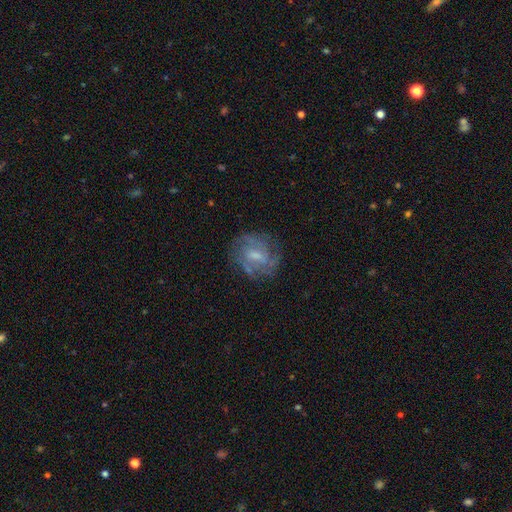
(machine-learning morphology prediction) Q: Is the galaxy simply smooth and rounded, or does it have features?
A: featured or disk — 72%.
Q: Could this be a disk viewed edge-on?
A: no — 97%.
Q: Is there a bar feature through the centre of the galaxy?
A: weak — 57%.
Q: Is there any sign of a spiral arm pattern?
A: yes — 83%.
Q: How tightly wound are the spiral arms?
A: tight — 44%.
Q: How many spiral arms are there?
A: can't tell — 37%.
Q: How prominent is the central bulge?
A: small — 44%.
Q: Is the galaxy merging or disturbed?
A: none — 70%.